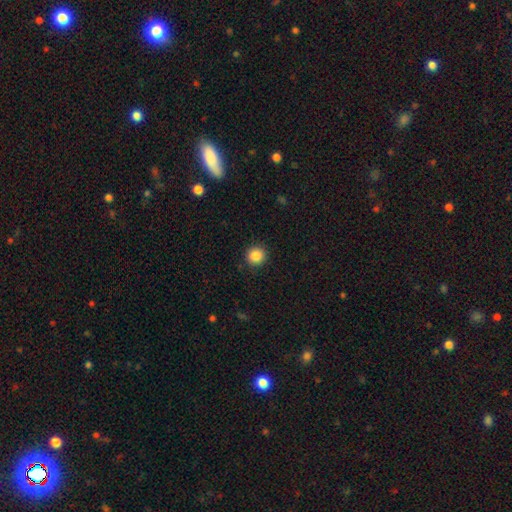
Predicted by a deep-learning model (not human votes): Smooth or featured: smooth — 86% (star or artifact — 10%)
How rounded: round — 93% (in between — 6%)
Merging: none — 91% (minor disturbance — 6%)